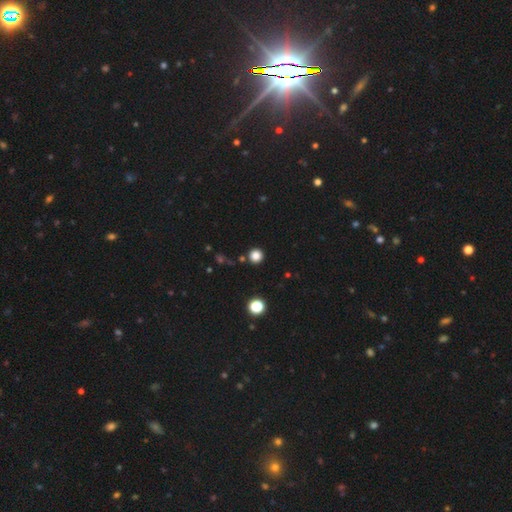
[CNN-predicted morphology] Smooth or featured? Predicted: smooth (p=0.83). How rounded? Predicted: round (p=0.96). Merging? Predicted: none (p=0.90).